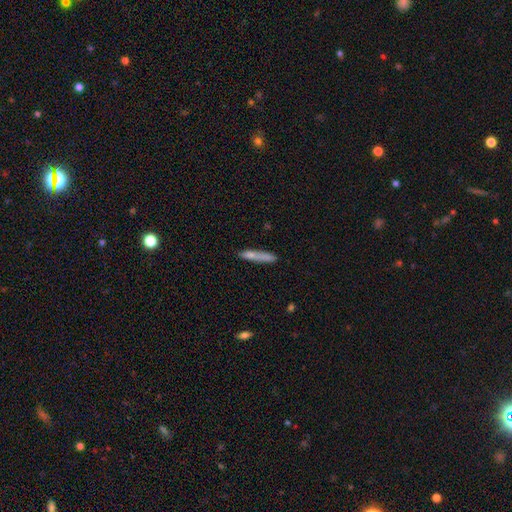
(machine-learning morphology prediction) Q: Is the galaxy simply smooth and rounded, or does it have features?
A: smooth — 70%.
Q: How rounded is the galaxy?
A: cigar-shaped — 92%.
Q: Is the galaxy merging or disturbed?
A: none — 74%.